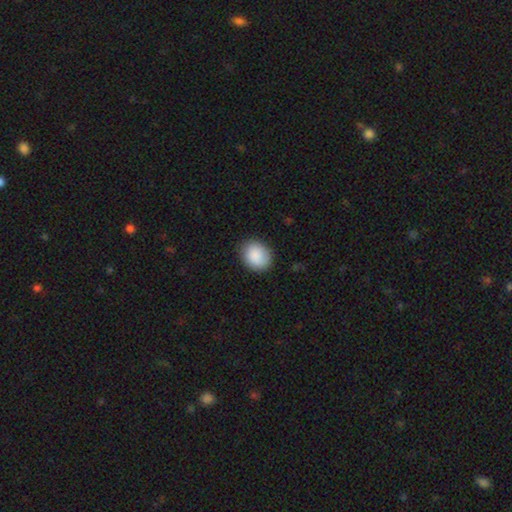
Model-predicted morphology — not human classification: smooth_or_featured: smooth (p=0.90) [alt: star or artifact p=0.06]
how_rounded: round (p=0.56) [alt: in between p=0.43]
merging: none (p=0.87) [alt: minor disturbance p=0.10]